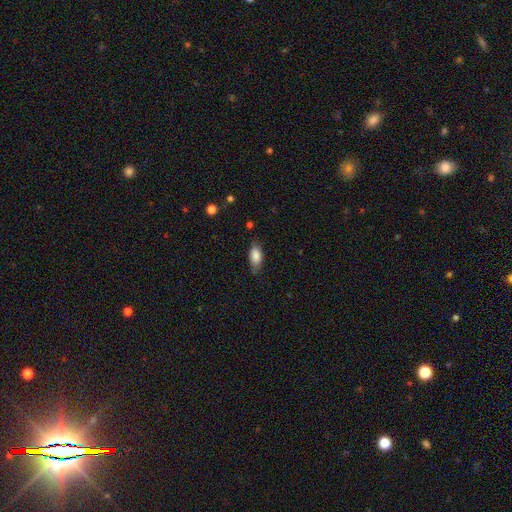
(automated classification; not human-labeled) smooth-or-featured: smooth: 83% | featured or disk: 10% | star or artifact: 7%
  how-rounded: in between: 85% | cigar-shaped: 12% | round: 3%
  merging: none: 69% | minor disturbance: 24% | major disturbance: 5% | merger: 1%